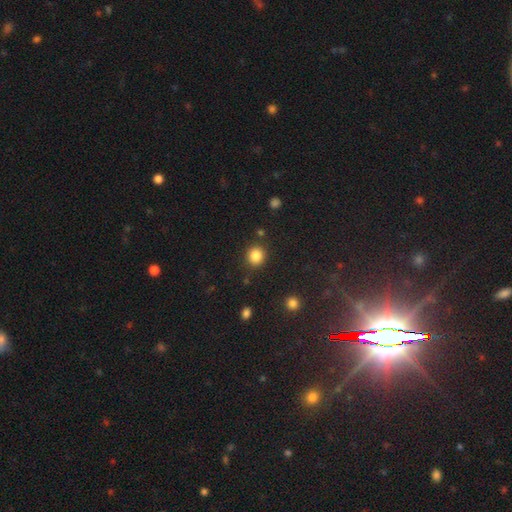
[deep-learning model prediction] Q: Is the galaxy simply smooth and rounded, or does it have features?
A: smooth — 85%.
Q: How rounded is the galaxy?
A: round — 86%.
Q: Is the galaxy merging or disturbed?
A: none — 87%.